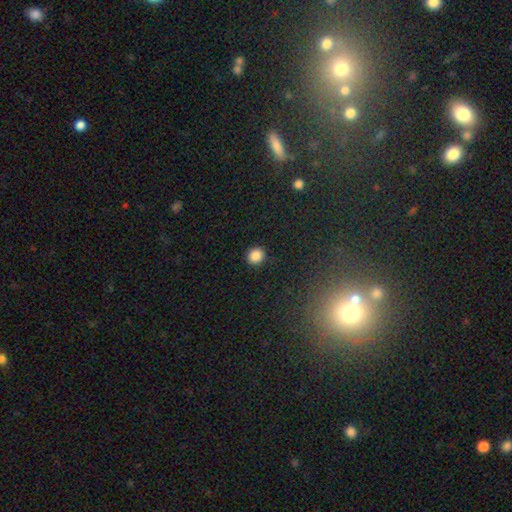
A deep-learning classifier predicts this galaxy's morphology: Smooth or featured? smooth (86%)
How rounded? round (88%)
Merging? none (91%)